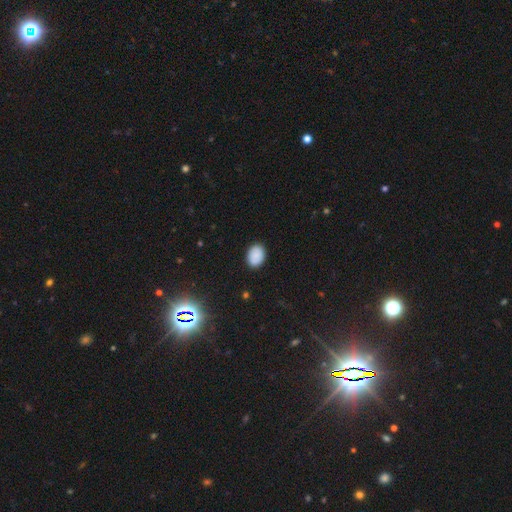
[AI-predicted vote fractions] A smooth galaxy with no disk features (87%) that is in between round and cigar-shaped (76%). Merging: none (89%).